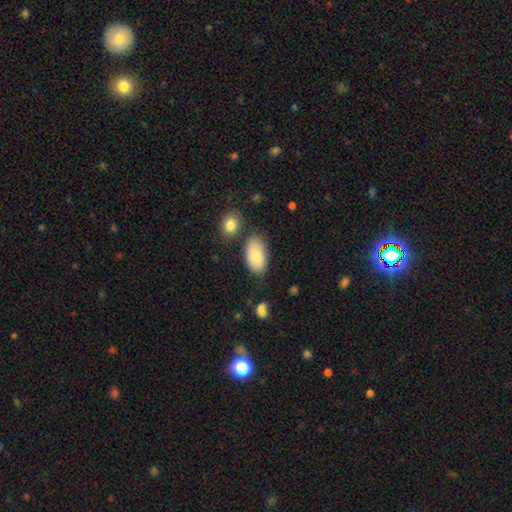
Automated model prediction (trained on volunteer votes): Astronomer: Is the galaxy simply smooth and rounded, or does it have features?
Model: smooth — 80%.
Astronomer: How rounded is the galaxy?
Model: in between — 94%.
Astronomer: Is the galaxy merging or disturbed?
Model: none — 72%.